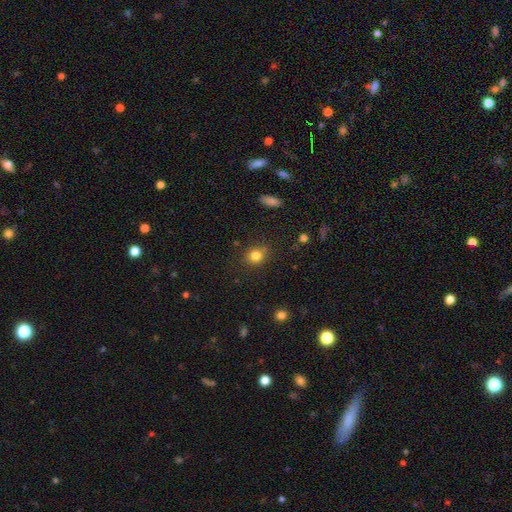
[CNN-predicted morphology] This appears to be a smooth galaxy with no disk features (81%) that is round (76%). Merging: none (77%).